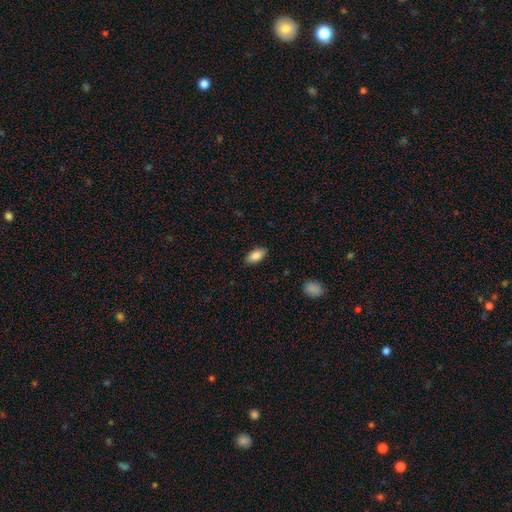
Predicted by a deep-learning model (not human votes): This appears to be a smooth galaxy with no disk features (86%) that is in between round and cigar-shaped (90%). Merging: none (87%).